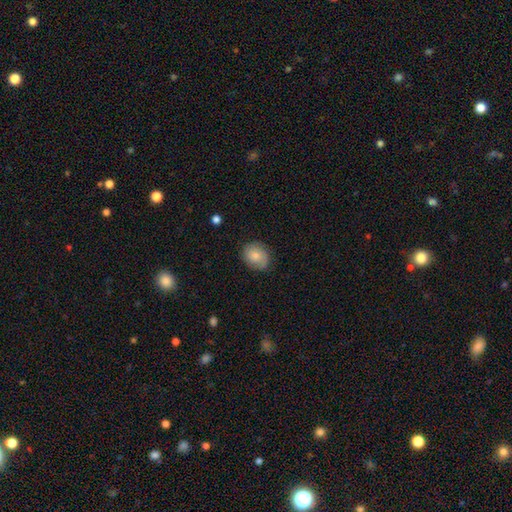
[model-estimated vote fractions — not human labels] The model was most divided on "how rounded": round: 53%, in between: 46%, cigar-shaped: 1%. More confident: merging — none (79%); smooth or featured — smooth (77%).